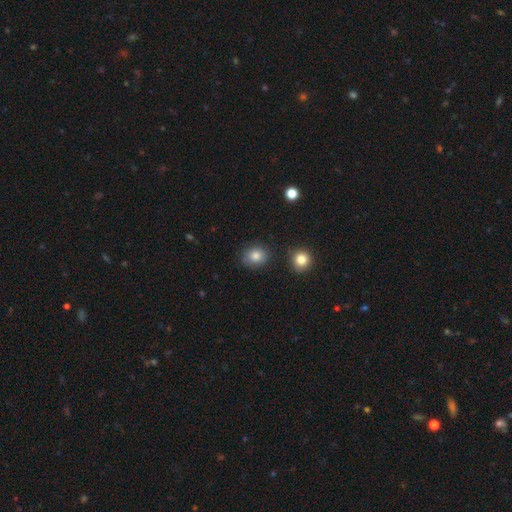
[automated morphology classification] The model was most divided on "how rounded": round: 62%, in between: 38%, cigar-shaped: 1%. More confident: smooth or featured — smooth (83%); merging — none (80%).